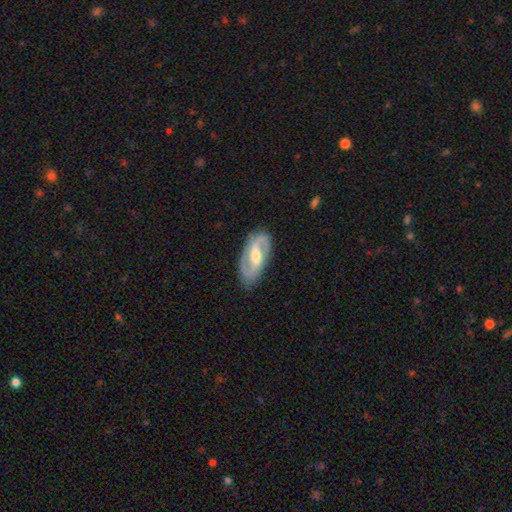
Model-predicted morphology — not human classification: smooth-or-featured: featured or disk: 84% | smooth: 12% | star or artifact: 4%
  disk-edge-on: no: 95% | yes: 5%
    bar: weak: 45% | strong: 35% | no: 20%
    has-spiral-arms: yes: 93% | no: 7%
      spiral-winding: medium: 50% | loose: 25% | tight: 25%
      spiral-arm-count: 2: 91% | can't tell: 4% | 1: 2% | 3: 1% | 4: 1% | more than 4: 1%
    bulge-size: moderate: 68% | small: 21% | large: 8% | none: 2% | dominant: 1%
  merging: none: 85% | minor disturbance: 11% | major disturbance: 3% | merger: 1%